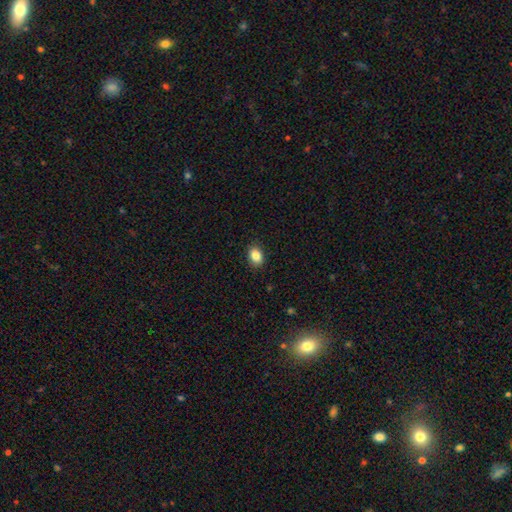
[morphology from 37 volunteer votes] Smooth or featured? 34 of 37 (92%) said smooth. How rounded? 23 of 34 (68%) said in between. Merging? 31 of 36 (86%) said none.